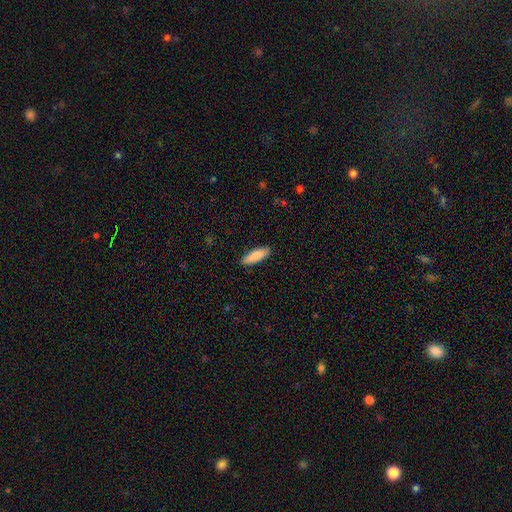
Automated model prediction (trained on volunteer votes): smooth 87%, featured or disk 7%, star or artifact 5%. Down the decision tree: how rounded — cigar-shaped (54%); merging — none (90%).